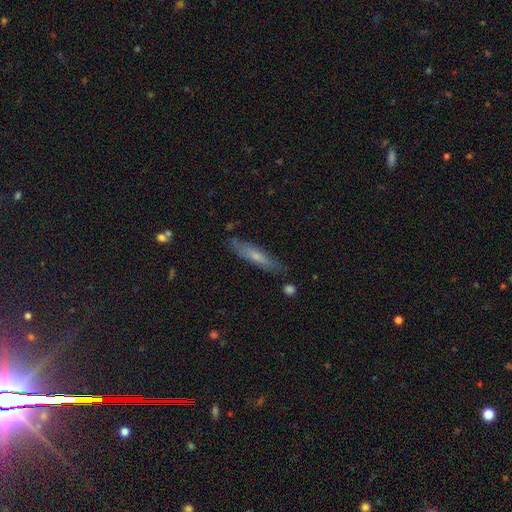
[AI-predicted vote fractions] Smooth or featured: smooth — 55% (featured or disk — 38%)
How rounded: cigar-shaped — 86% (in between — 13%)
Merging: none — 79% (minor disturbance — 16%)